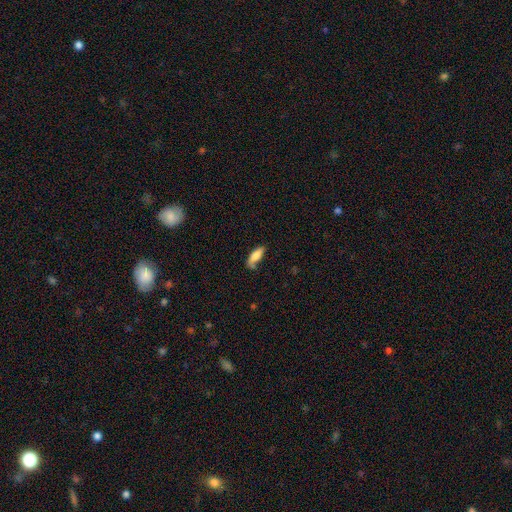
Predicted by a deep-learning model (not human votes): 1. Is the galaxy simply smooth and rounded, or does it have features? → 79% smooth, 14% featured or disk, 7% star or artifact.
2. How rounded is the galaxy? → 71% in between, 27% cigar-shaped, 2% round.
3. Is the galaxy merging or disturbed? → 54% none, 31% minor disturbance, 10% major disturbance, 5% merger.